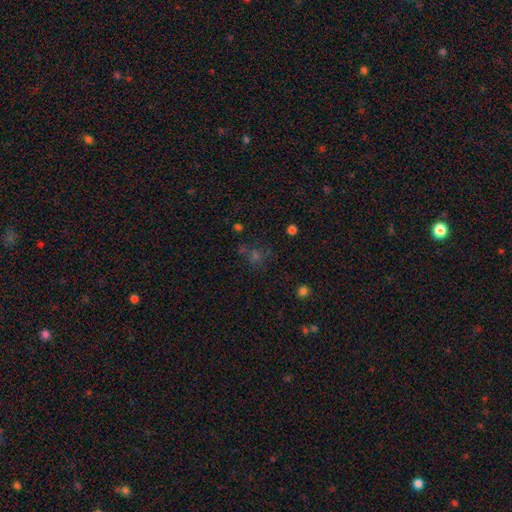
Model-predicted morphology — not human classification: Smooth or featured?
  - star or artifact: 45% *
  - smooth: 40%
  - featured or disk: 14%